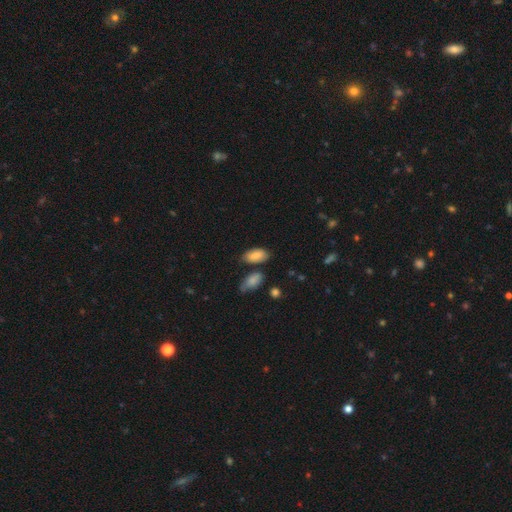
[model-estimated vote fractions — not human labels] Smooth or featured: smooth — 81% (featured or disk — 12%)
How rounded: in between — 93% (cigar-shaped — 4%)
Merging: none — 68% (minor disturbance — 19%)